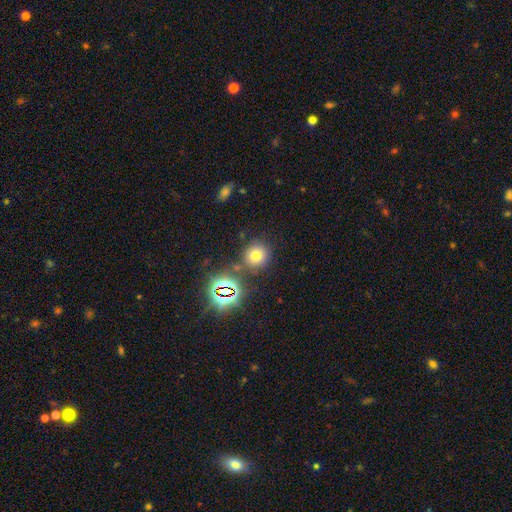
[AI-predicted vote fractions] Q: Smooth or featured?
A: smooth (66%); runner-up: star or artifact (24%)
Q: How rounded?
A: round (88%); runner-up: in between (11%)
Q: Merging?
A: none (79%); runner-up: minor disturbance (9%)